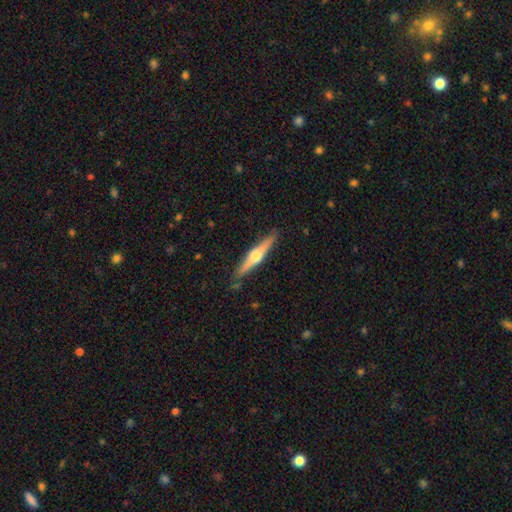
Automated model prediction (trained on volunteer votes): featured or disk 70%, smooth 25%, star or artifact 5%. Down the decision tree: edge-on disk — yes (98%); edge-on bulge — rounded (94%); merging — none (88%).